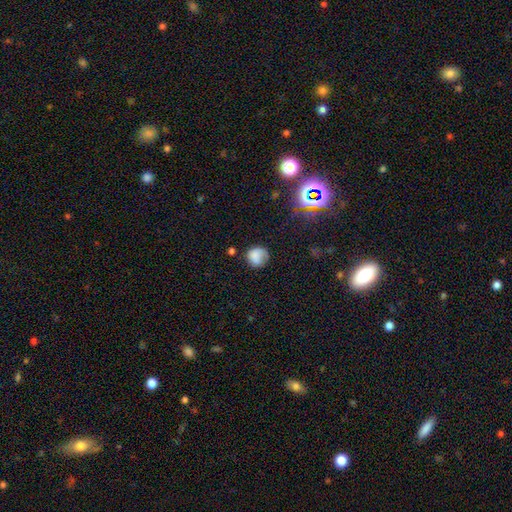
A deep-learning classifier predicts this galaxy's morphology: This is likely a smooth galaxy (76%). How rounded: clearly round (84%). Merging: likely none (61%).